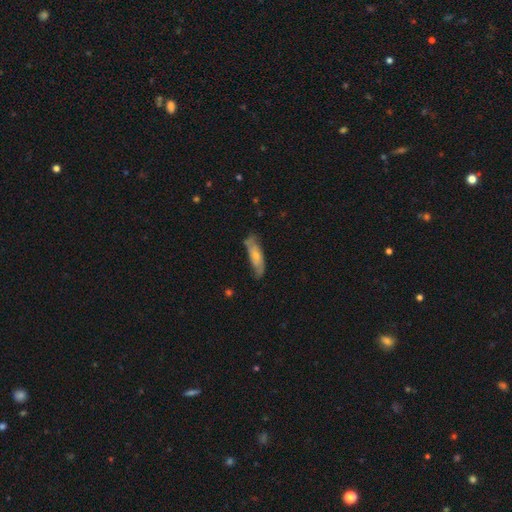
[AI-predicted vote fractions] Smooth or featured? smooth (54%)
How rounded? cigar-shaped (50%)
Merging? none (63%)